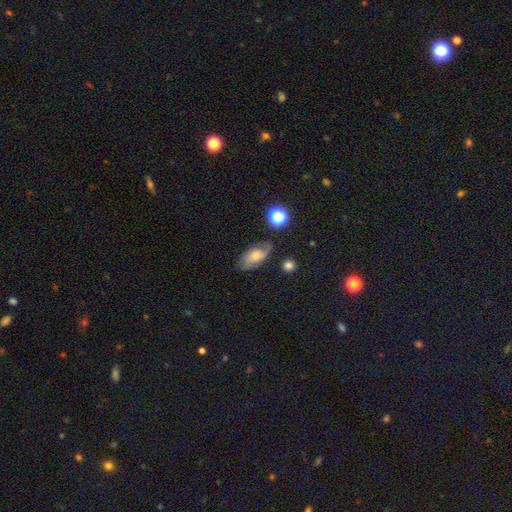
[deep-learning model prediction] smooth 47%, featured or disk 43%, star or artifact 11%. Down the decision tree: merging — none (65%).